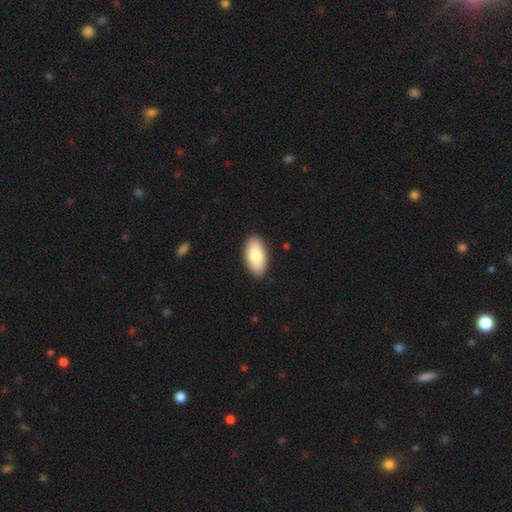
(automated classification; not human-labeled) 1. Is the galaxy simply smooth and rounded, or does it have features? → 81% smooth, 13% featured or disk, 6% star or artifact.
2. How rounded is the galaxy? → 95% in between, 3% cigar-shaped, 2% round.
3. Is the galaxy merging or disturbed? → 90% none, 8% minor disturbance, 2% major disturbance, 1% merger.